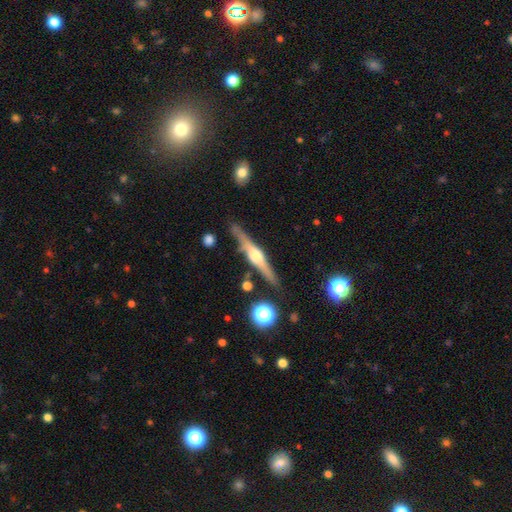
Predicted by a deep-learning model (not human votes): Smooth or featured? featured or disk (78%)
Edge-on disk? yes (97%)
Edge-on bulge? rounded (89%)
Merging? none (84%)